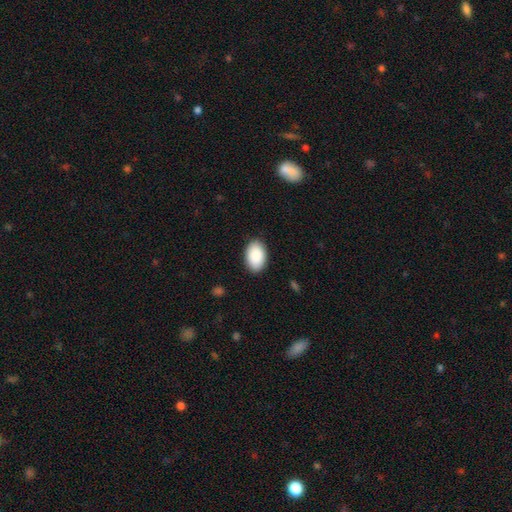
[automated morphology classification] smooth_or_featured: smooth (p=0.91) [alt: star or artifact p=0.06]
how_rounded: in between (p=0.92) [alt: round p=0.07]
merging: none (p=0.87) [alt: minor disturbance p=0.09]